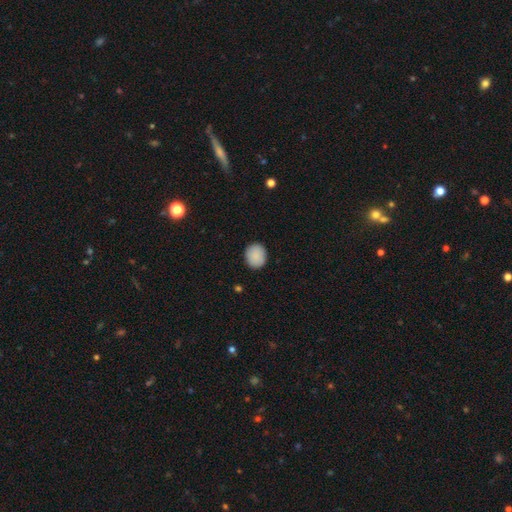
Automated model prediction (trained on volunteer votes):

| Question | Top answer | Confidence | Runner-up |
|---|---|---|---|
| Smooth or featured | smooth | 89% | star or artifact (7%) |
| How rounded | round | 65% | in between (34%) |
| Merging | none | 89% | minor disturbance (8%) |